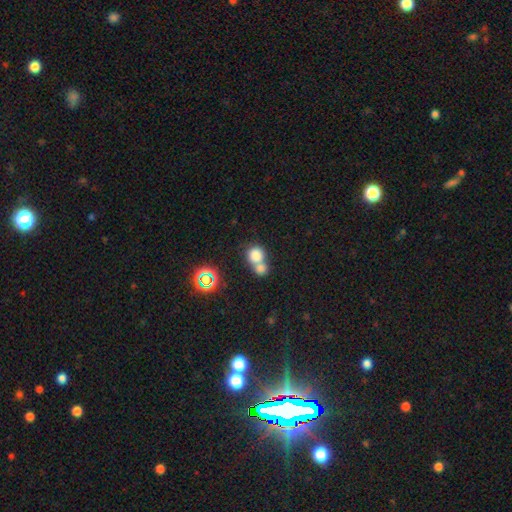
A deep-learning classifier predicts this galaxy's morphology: A smooth galaxy with no disk features (77%) that is round (81%).

Vote fractions:
- Smooth or featured? smooth: 77% / star or artifact: 13% / featured or disk: 10%
- How rounded? round: 81% / in between: 18% / cigar-shaped: 1%
- Merging? merger: 58% / none: 33% / minor disturbance: 6% / major disturbance: 3%